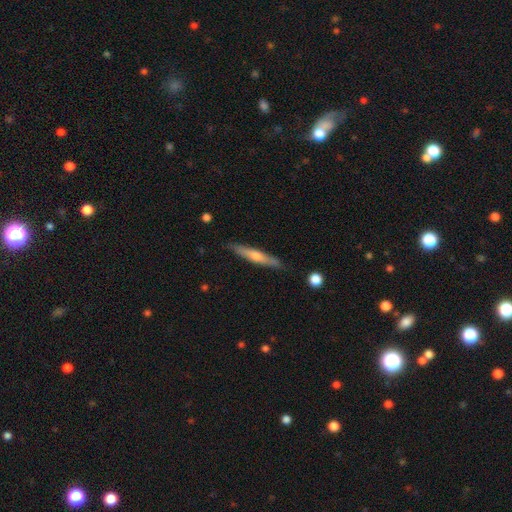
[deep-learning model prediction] Smooth or featured: featured or disk — 55% (smooth — 39%)
Edge-on disk: yes — 93% (no — 7%)
Edge-on bulge: rounded — 74% (none — 20%)
Merging: none — 88% (minor disturbance — 9%)